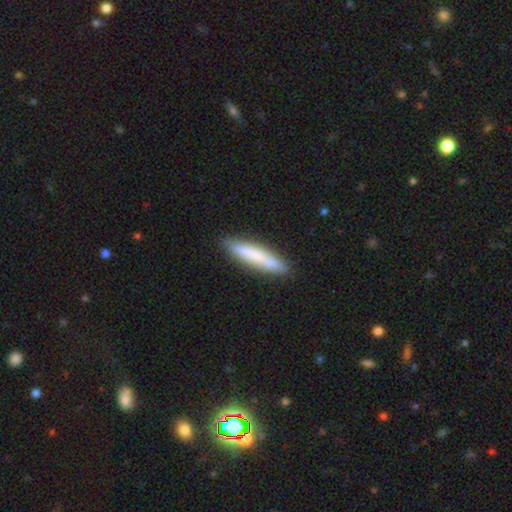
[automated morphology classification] Q: Smooth or featured?
A: smooth (75%); runner-up: featured or disk (19%)
Q: How rounded?
A: cigar-shaped (89%); runner-up: in between (10%)
Q: Merging?
A: none (87%); runner-up: minor disturbance (10%)